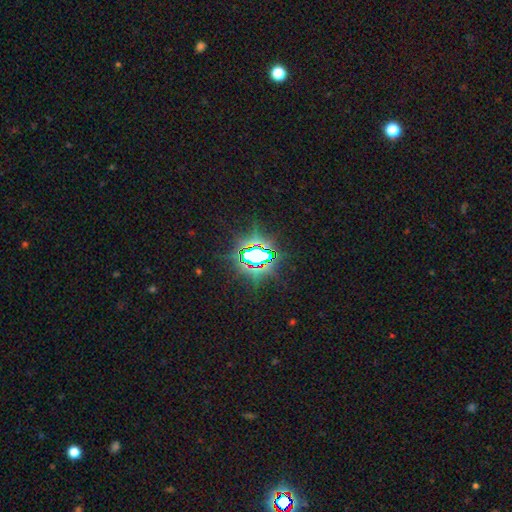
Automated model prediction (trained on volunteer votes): Overall: star or artifact (78%).